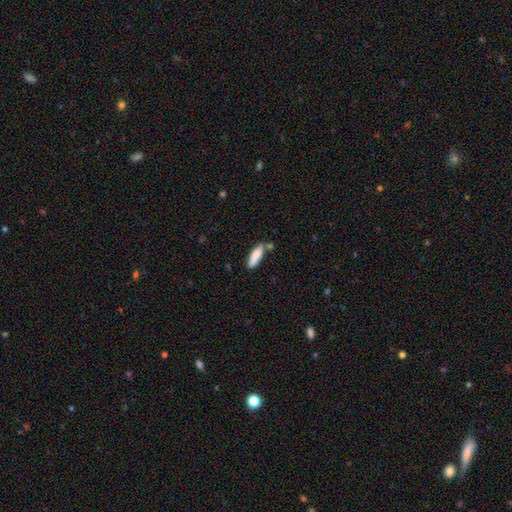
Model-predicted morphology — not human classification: This appears to be a smooth galaxy with no disk features (84%) that is cigar-shaped (59%). Merging: none (67%).